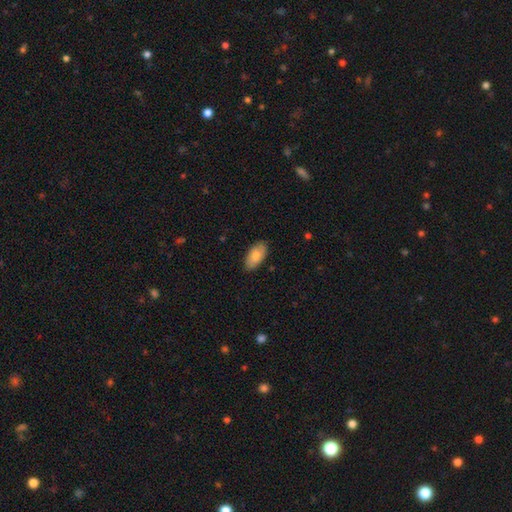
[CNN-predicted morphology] Q: Smooth or featured?
A: smooth (80%); runner-up: featured or disk (14%)
Q: How rounded?
A: in between (94%); runner-up: cigar-shaped (4%)
Q: Merging?
A: none (86%); runner-up: minor disturbance (11%)